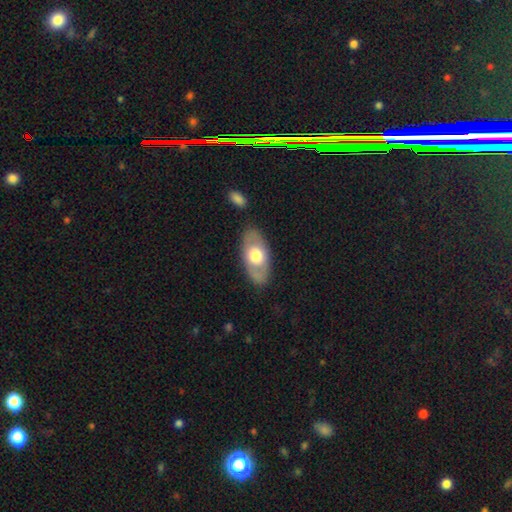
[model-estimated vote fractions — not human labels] The model was most divided on "smooth or featured": smooth: 51%, featured or disk: 44%, star or artifact: 5%. More confident: how rounded — in between (90%); merging — none (82%).